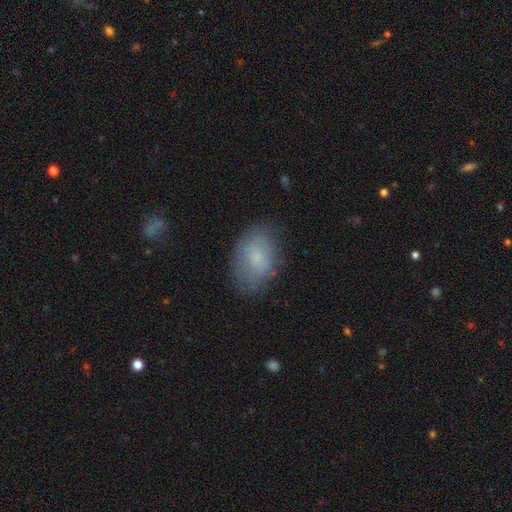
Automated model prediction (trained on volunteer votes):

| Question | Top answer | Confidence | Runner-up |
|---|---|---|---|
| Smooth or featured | smooth | 75% | featured or disk (17%) |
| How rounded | in between | 87% | round (12%) |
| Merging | none | 75% | minor disturbance (19%) |